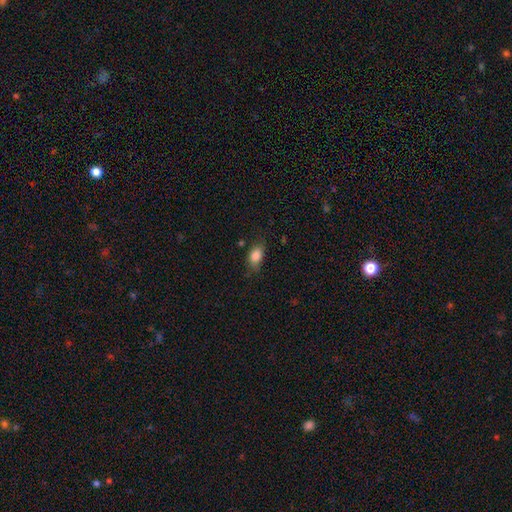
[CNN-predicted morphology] Q: Smooth or featured?
A: smooth (85%); runner-up: star or artifact (8%)
Q: How rounded?
A: in between (87%); runner-up: round (10%)
Q: Merging?
A: none (72%); runner-up: minor disturbance (21%)